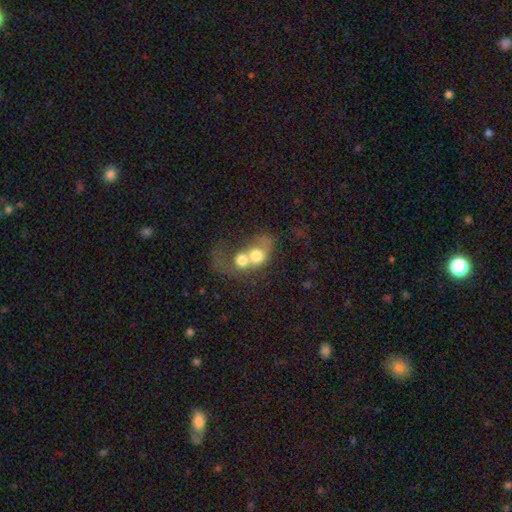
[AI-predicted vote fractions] A smooth galaxy with no disk features (58%) that is round (54%). Merging: merger (80%).